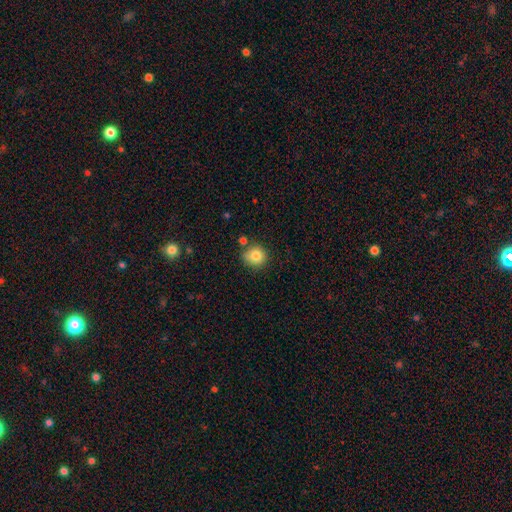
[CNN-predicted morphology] A smooth galaxy with no disk features (82%) that is round (88%). Merging: none (73%).